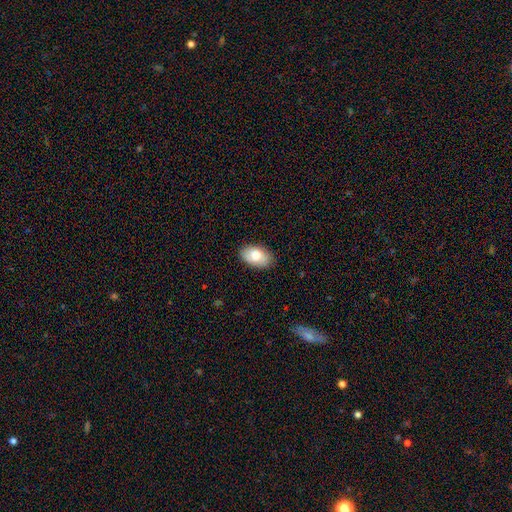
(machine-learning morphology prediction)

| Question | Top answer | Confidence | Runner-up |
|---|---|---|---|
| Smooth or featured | smooth | 80% | featured or disk (14%) |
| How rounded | in between | 92% | round (7%) |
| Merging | none | 86% | minor disturbance (11%) |